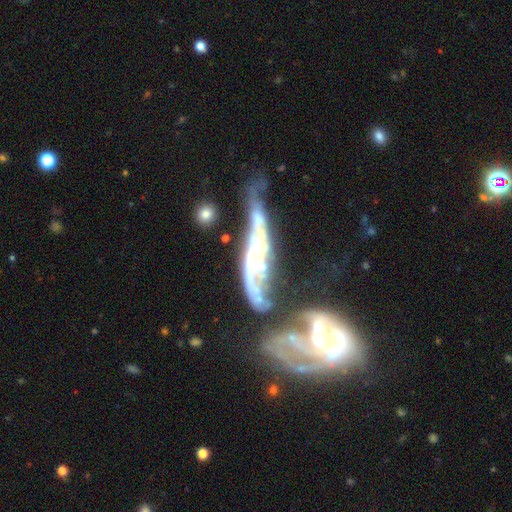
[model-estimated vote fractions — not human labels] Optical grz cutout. It shows a featured or disk galaxy (79%) with no bar (58%), spiral arms (73%) and a small central bulge (38%). Merging: merger (54%).